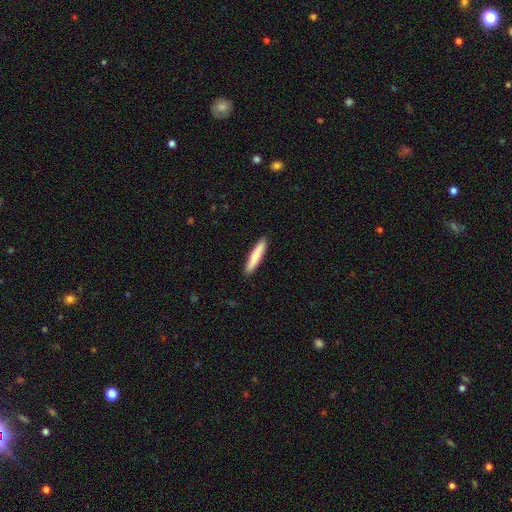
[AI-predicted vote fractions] smooth 78%, featured or disk 17%, star or artifact 5%. Down the decision tree: how rounded — cigar-shaped (90%); merging — none (90%).